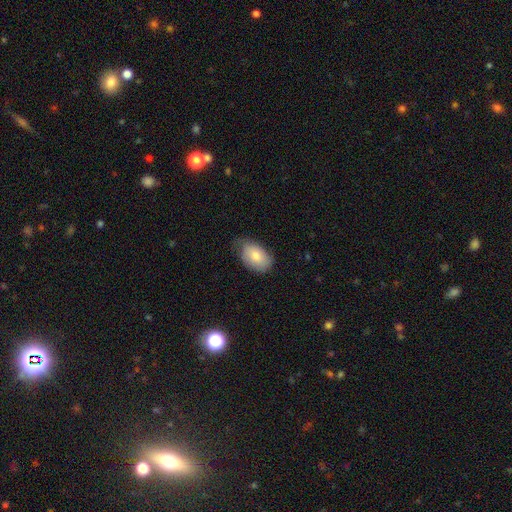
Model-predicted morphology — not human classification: Q: Smooth or featured?
A: smooth (77%); runner-up: featured or disk (17%)
Q: How rounded?
A: in between (89%); runner-up: round (10%)
Q: Merging?
A: none (55%); runner-up: minor disturbance (36%)